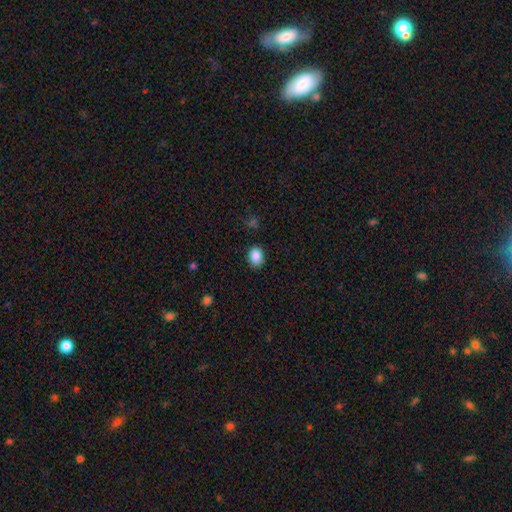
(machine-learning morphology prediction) A smooth galaxy with no disk features (87%) that is in between round and cigar-shaped (52%).

Vote fractions:
- Smooth or featured? smooth: 87% / star or artifact: 9% / featured or disk: 4%
- How rounded? in between: 52% / round: 47% / cigar-shaped: 1%
- Merging? none: 85% / minor disturbance: 11% / major disturbance: 3% / merger: 1%